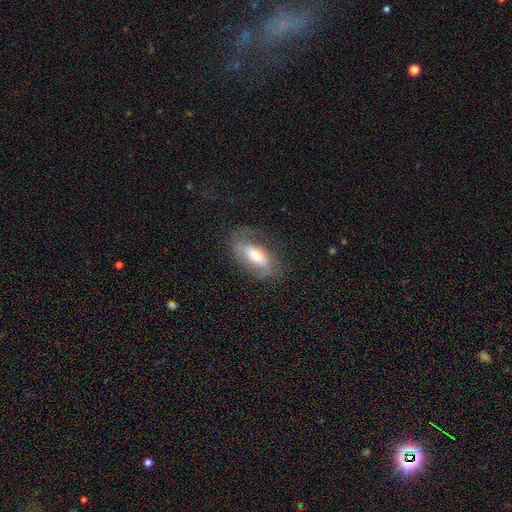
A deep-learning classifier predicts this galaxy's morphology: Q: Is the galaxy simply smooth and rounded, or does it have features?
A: smooth — 48%.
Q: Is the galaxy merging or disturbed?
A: none — 63%.